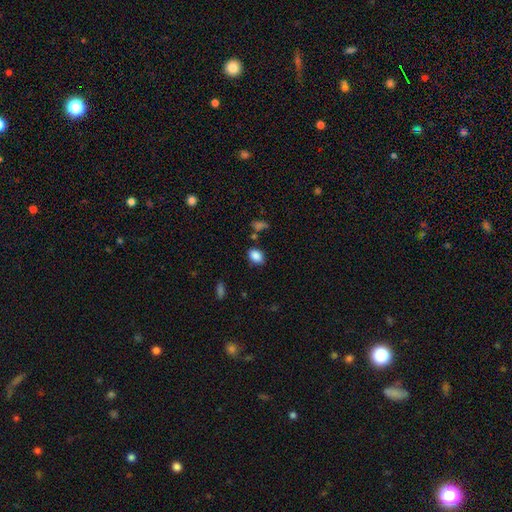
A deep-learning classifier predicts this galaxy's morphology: Smooth or featured? smooth (87%)
How rounded? in between (80%)
Merging? none (77%)